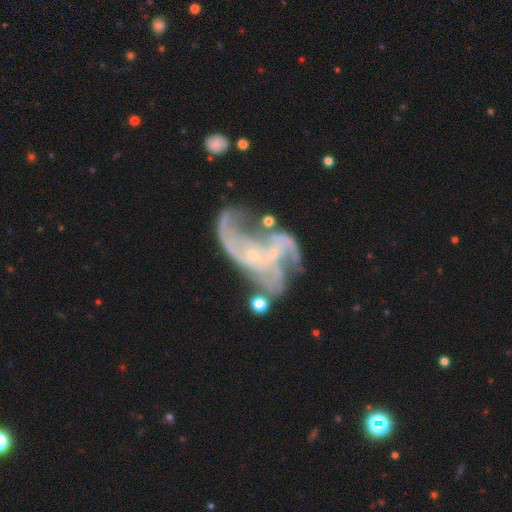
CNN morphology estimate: This appears to be a featured or disk galaxy (84%) with no bar (66%), 2 (28%) loose (55%) spiral arms (85%) and a small central bulge (77%). Merging: major disturbance (38%).